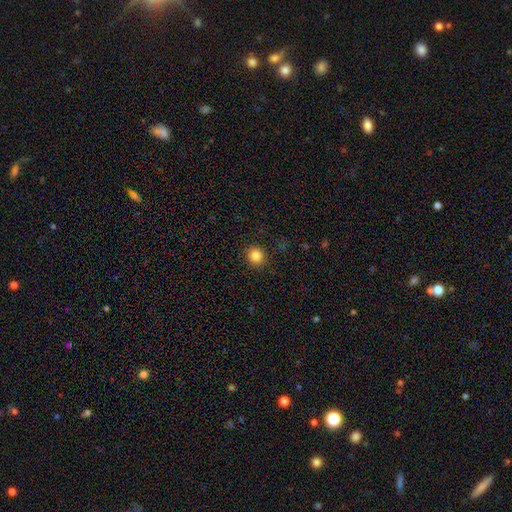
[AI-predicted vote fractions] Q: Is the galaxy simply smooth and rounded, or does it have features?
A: smooth — 84%.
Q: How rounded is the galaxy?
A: round — 92%.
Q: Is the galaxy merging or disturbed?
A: none — 91%.